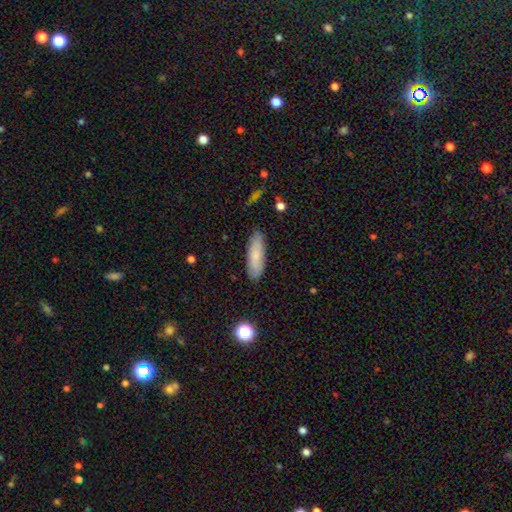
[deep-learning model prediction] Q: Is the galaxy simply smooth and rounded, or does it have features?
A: smooth — 79%.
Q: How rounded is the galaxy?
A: cigar-shaped — 52%.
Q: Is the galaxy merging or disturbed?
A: none — 85%.